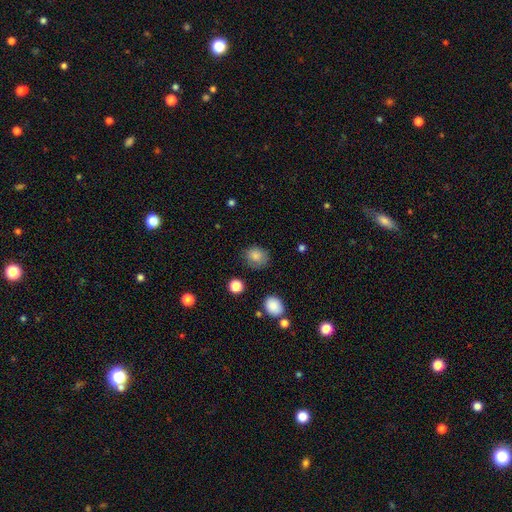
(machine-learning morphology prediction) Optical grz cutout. It shows a smooth galaxy with no disk features (84%) that is round (73%). Merging: none (77%).